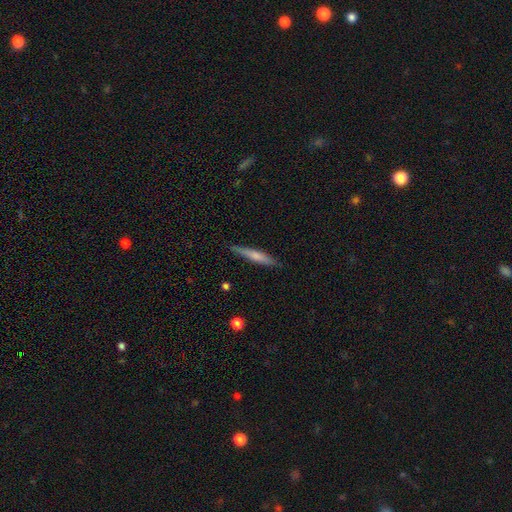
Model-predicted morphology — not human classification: Overall: smooth (59%; featured or disk 36%). How rounded: cigar-shaped (93%). Merging: none (86%).